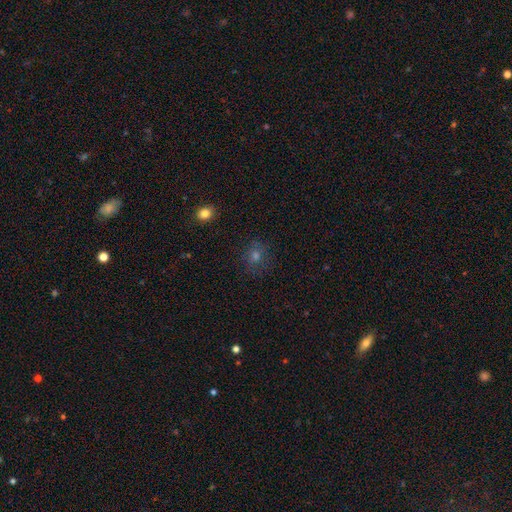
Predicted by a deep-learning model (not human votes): Morphology: type=smooth (58%); roundness=round (81%); merging=none (82%).